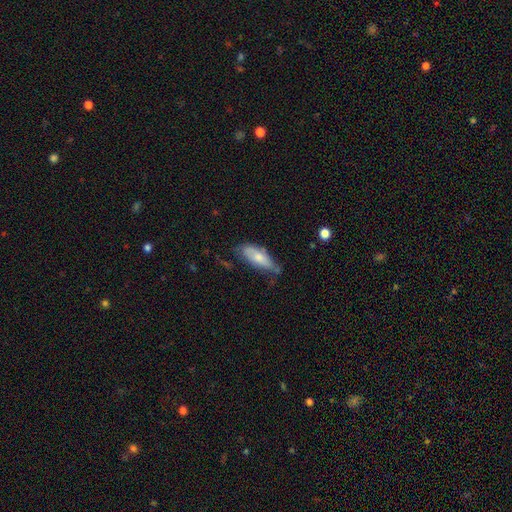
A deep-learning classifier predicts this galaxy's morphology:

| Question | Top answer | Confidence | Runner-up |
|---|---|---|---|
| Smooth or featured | smooth | 66% | featured or disk (27%) |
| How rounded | in between | 74% | cigar-shaped (24%) |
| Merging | none | 46% | minor disturbance (38%) |